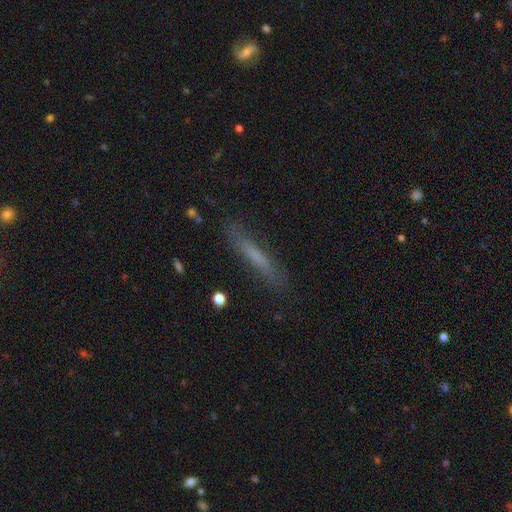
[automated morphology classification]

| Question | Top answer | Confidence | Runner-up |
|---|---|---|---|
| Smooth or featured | smooth | 57% | featured or disk (33%) |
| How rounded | cigar-shaped | 92% | in between (7%) |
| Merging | none | 81% | minor disturbance (14%) |